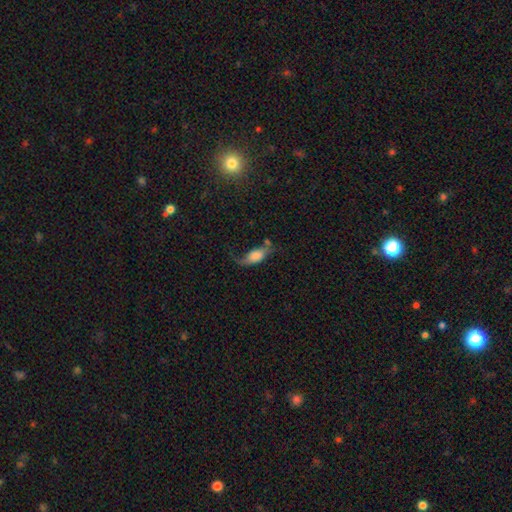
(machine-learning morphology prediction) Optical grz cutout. It shows a smooth galaxy with no disk features (52%) that is in between round and cigar-shaped (81%). Merging: none (37%).